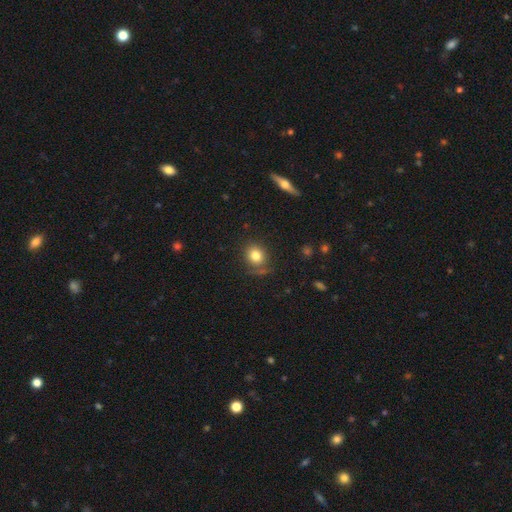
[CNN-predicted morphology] smooth-or-featured: smooth: 81% | star or artifact: 11% | featured or disk: 8%
  how-rounded: round: 74% | in between: 25% | cigar-shaped: 1%
  merging: none: 76% | minor disturbance: 14% | major disturbance: 5% | merger: 4%